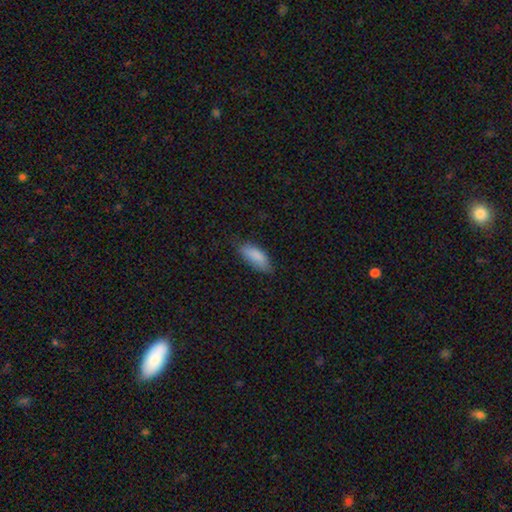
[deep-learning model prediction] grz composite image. It shows a smooth galaxy with no disk features (87%) that is in between round and cigar-shaped (78%). Merging: none (72%).